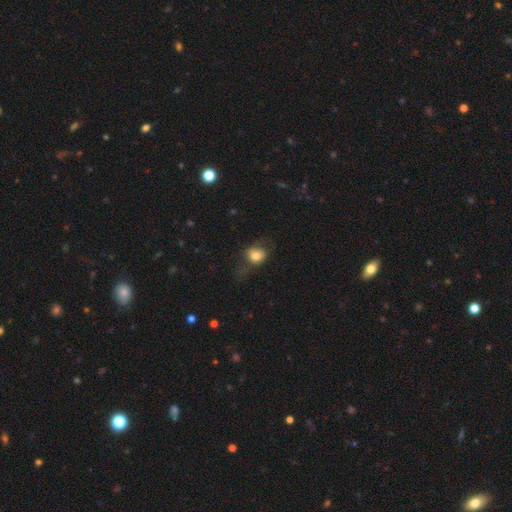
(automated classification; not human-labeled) A smooth galaxy with no disk features (74%) that is round (54%).

Vote fractions:
- Smooth or featured? smooth: 74% / featured or disk: 16% / star or artifact: 10%
- How rounded? round: 54% / in between: 45% / cigar-shaped: 2%
- Merging? none: 46% / minor disturbance: 26% / major disturbance: 26% / merger: 2%